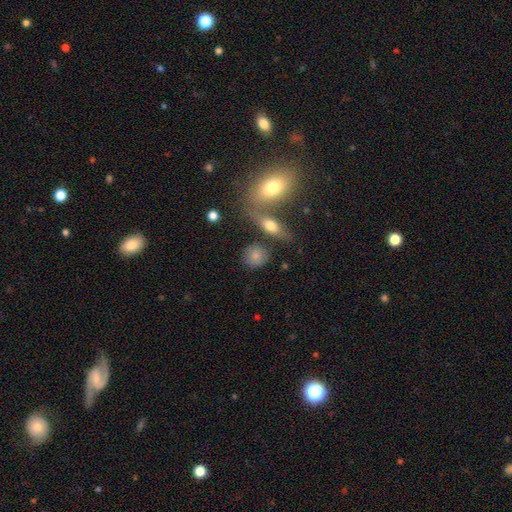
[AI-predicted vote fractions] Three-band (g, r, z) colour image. It shows a smooth galaxy with no disk features (80%) that is round (77%). Merging: none (72%).